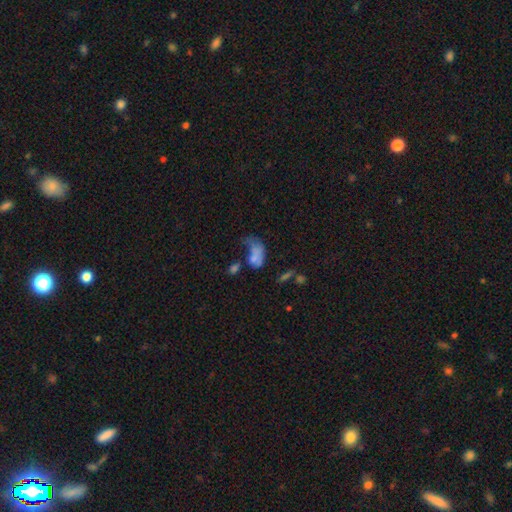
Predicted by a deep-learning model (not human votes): Smooth or featured: smooth — 63% (featured or disk — 25%)
How rounded: in between — 87% (round — 10%)
Merging: major disturbance — 45% (merger — 22%)